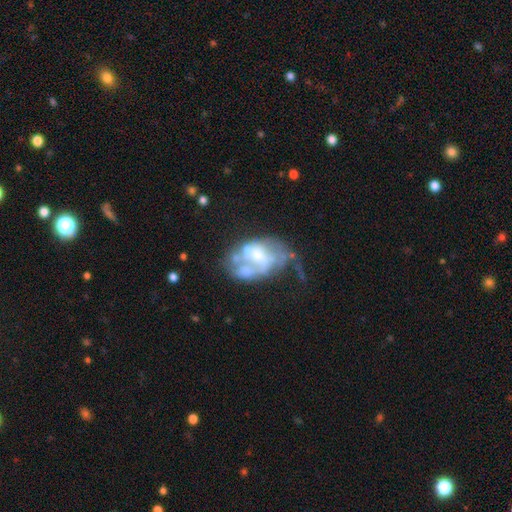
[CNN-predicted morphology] A featured or disk galaxy (68%) with no bar (59%), no spiral arms (61%) and a moderate central bulge (44%).

Vote fractions:
- Smooth or featured? featured or disk: 68% / smooth: 23% / star or artifact: 9%
- Edge-on disk? no: 97% / yes: 3%
- Bar? no: 59% / weak: 31% / strong: 10%
- Spiral arms? no: 61% / yes: 39%
- Bulge size? moderate: 44% / small: 24% / none: 17% / large: 12% / dominant: 2%
- Merging? major disturbance: 33% / none: 26% / minor disturbance: 23% / merger: 18%